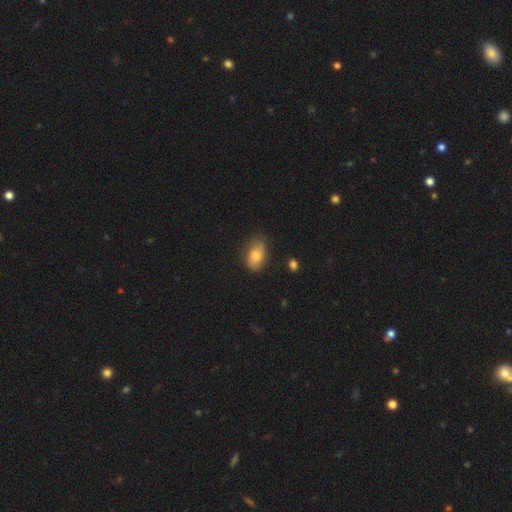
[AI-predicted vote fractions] The model was most divided on "merging": none: 73%, minor disturbance: 21%, major disturbance: 4%, merger: 2%. More confident: how rounded — in between (90%); smooth or featured — smooth (75%).